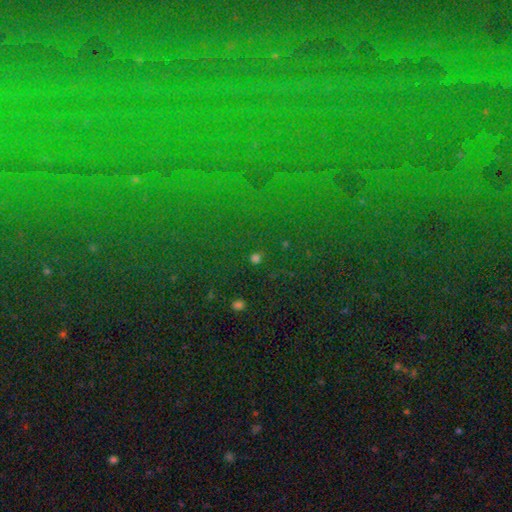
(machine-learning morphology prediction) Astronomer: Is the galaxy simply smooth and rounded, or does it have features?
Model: star or artifact — 75%.